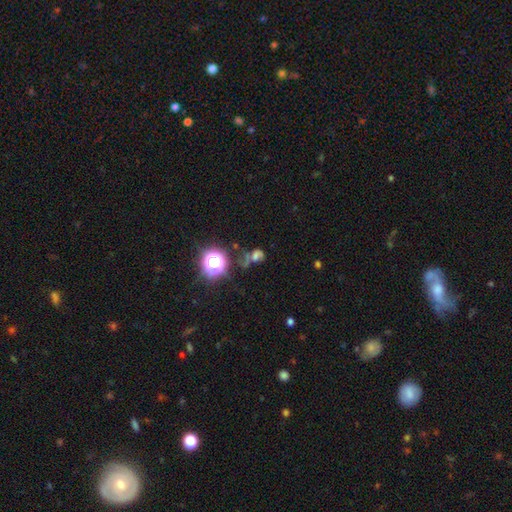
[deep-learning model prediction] Smooth or featured: smooth — 43% (star or artifact — 34%)
Merging: none — 37% (major disturbance — 26%)